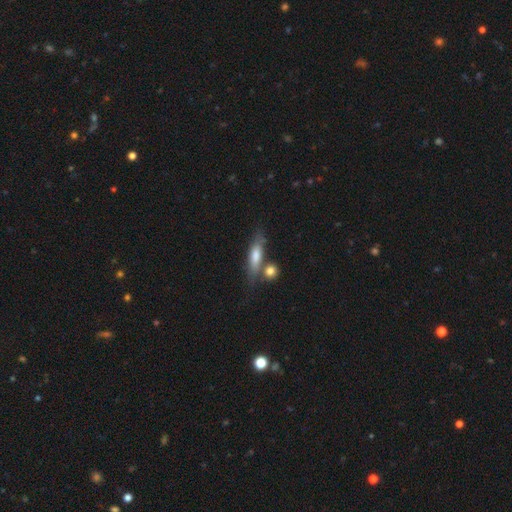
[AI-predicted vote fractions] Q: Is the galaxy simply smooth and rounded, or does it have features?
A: smooth — 61%.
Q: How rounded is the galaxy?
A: cigar-shaped — 61%.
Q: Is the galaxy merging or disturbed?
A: none — 60%.